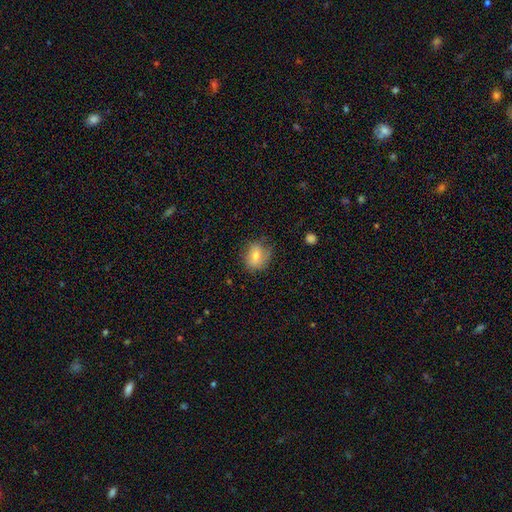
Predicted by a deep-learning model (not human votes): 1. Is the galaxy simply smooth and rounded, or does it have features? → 68% smooth, 23% featured or disk, 8% star or artifact.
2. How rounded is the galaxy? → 50% in between, 48% round, 1% cigar-shaped.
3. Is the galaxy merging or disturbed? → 64% none, 26% minor disturbance, 9% major disturbance, 1% merger.